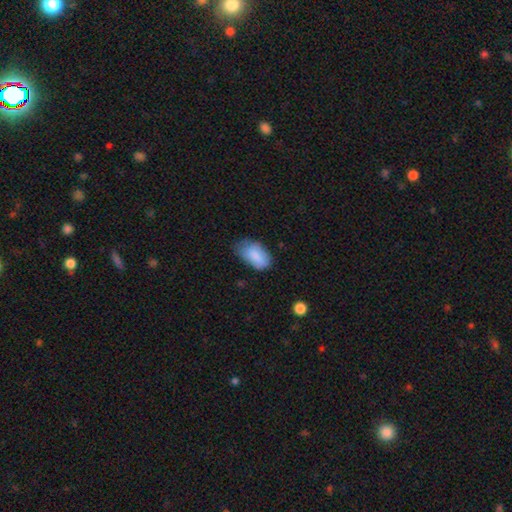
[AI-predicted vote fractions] Overall: smooth (84%). How rounded: in between (92%). Merging: none (47%; minor disturbance 39%).